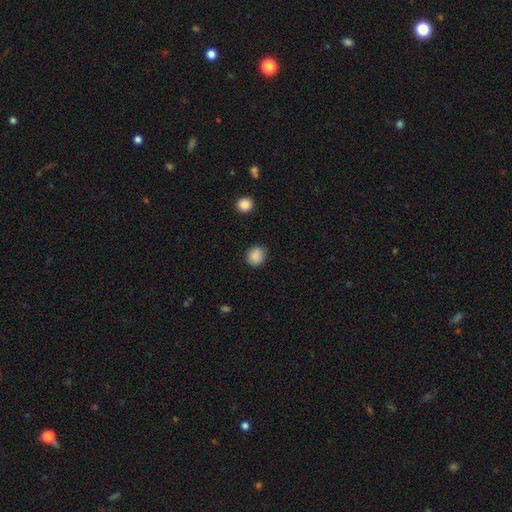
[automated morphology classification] Smooth or featured? Predicted: smooth (p=0.87). How rounded? Predicted: round (p=0.82). Merging? Predicted: none (p=0.83).